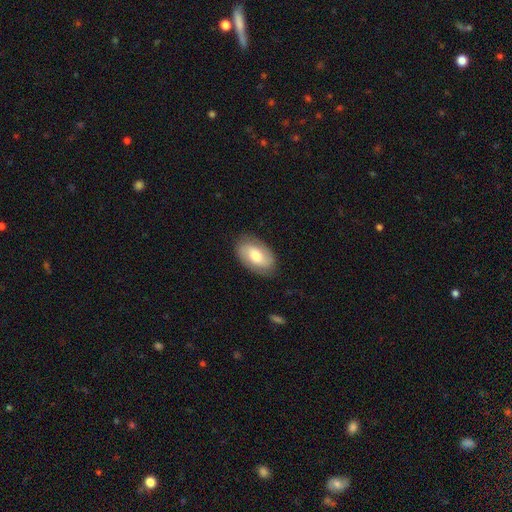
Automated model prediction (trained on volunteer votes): A smooth galaxy with no disk features (55%) that is in between round and cigar-shaped (93%).

Vote fractions:
- Smooth or featured? smooth: 55% / featured or disk: 38% / star or artifact: 6%
- How rounded? in between: 93% / round: 6% / cigar-shaped: 2%
- Merging? none: 83% / minor disturbance: 12% / major disturbance: 3% / merger: 1%